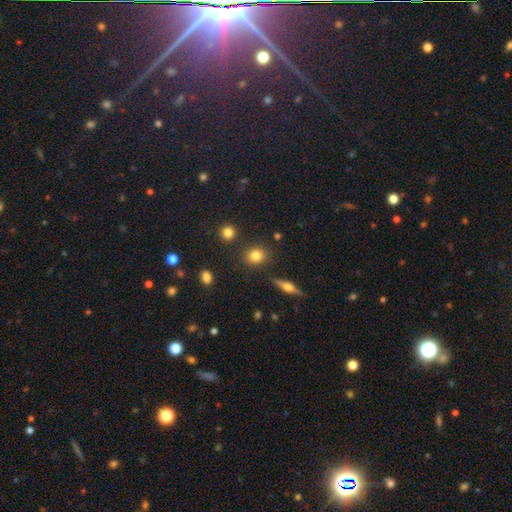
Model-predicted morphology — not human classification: type=smooth (81%); roundness=round (69%); merging=none (86%).